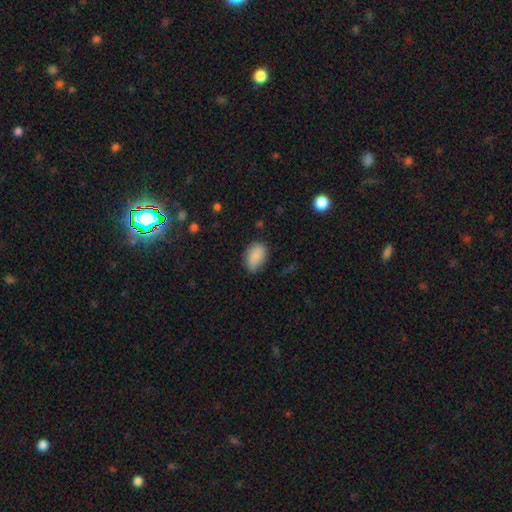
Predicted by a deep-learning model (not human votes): Smooth or featured? Predicted: smooth (p=0.86). How rounded? Predicted: in between (p=0.89). Merging? Predicted: none (p=0.72).